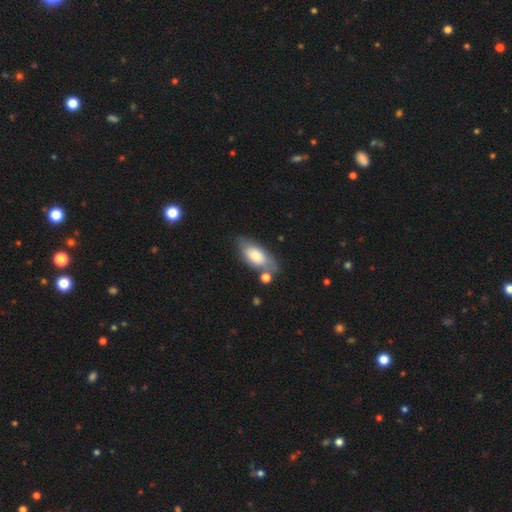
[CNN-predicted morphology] smooth_or_featured: smooth (p=0.72) [alt: featured or disk p=0.22]
how_rounded: in between (p=0.87) [alt: cigar-shaped p=0.10]
merging: none (p=0.62) [alt: minor disturbance p=0.19]